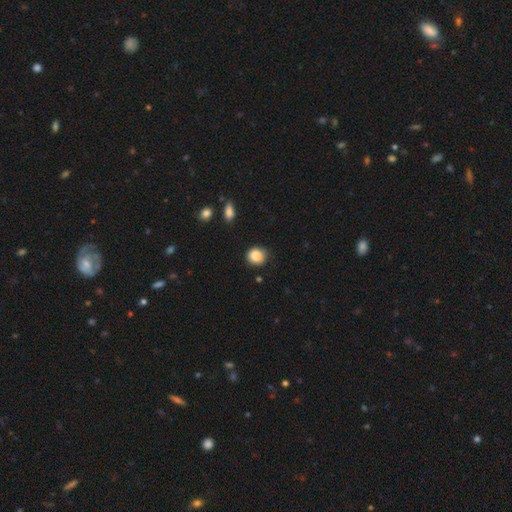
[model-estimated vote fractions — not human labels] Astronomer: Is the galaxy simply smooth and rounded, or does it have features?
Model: smooth — 86%.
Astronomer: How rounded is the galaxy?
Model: round — 82%.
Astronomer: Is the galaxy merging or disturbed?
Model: none — 79%.